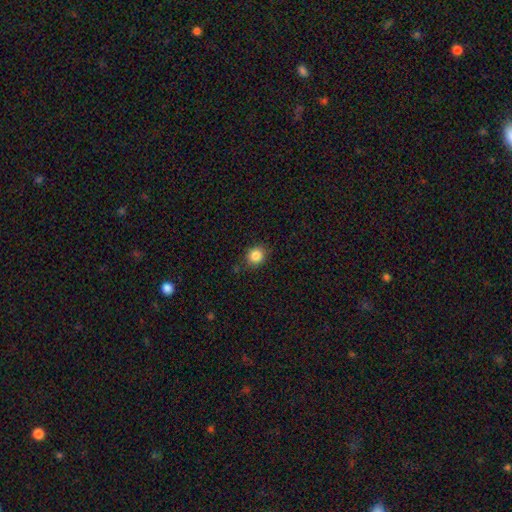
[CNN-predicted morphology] Smooth or featured? Predicted: smooth (p=0.86). How rounded? Predicted: round (p=0.83). Merging? Predicted: none (p=0.84).